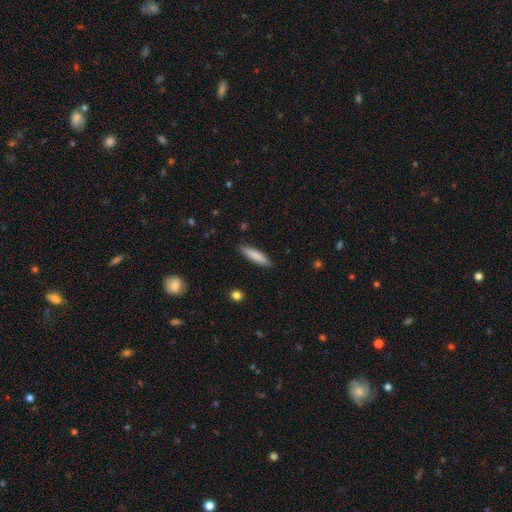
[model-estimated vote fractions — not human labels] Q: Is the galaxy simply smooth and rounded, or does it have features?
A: smooth — 85%.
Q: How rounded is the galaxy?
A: cigar-shaped — 77%.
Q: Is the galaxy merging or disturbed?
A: none — 89%.